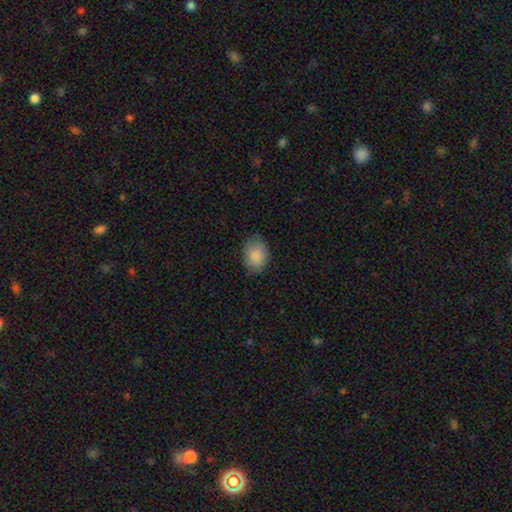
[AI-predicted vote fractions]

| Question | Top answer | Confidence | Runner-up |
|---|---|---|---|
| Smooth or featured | smooth | 87% | star or artifact (7%) |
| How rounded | in between | 75% | round (24%) |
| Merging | none | 77% | minor disturbance (18%) |